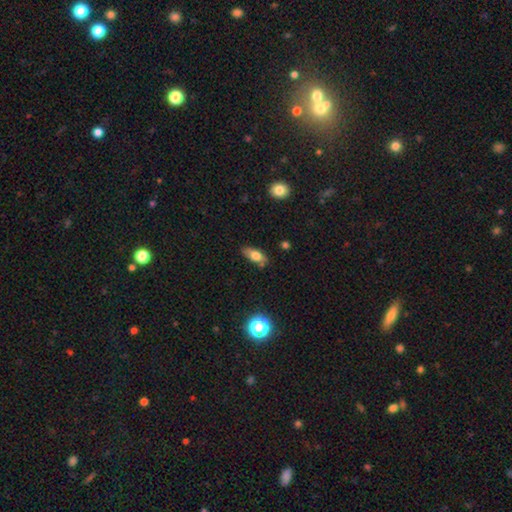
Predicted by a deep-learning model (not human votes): Overall: smooth (69%). How rounded: in between (78%). Merging: none (75%).